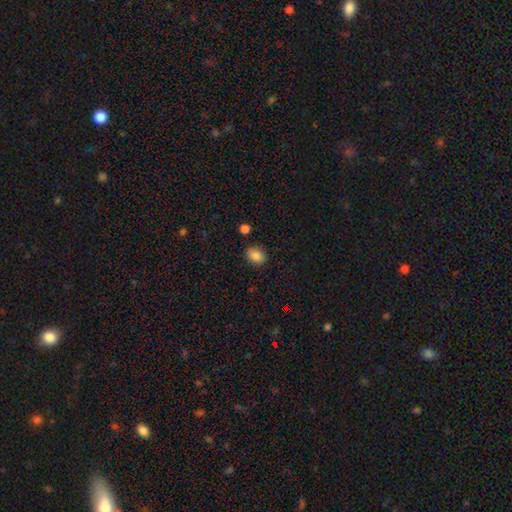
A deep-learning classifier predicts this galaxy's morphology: smooth 86%, star or artifact 9%, featured or disk 5%. Down the decision tree: how rounded — in between (70%); merging — none (84%).